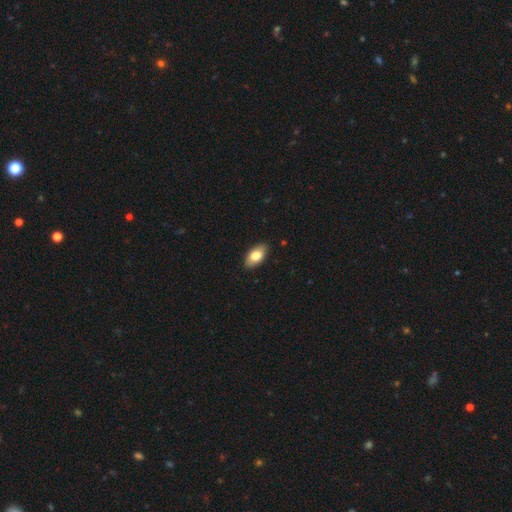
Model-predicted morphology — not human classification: The model was most divided on "smooth or featured": smooth: 78%, featured or disk: 16%, star or artifact: 6%. More confident: how rounded — in between (92%); merging — none (89%).